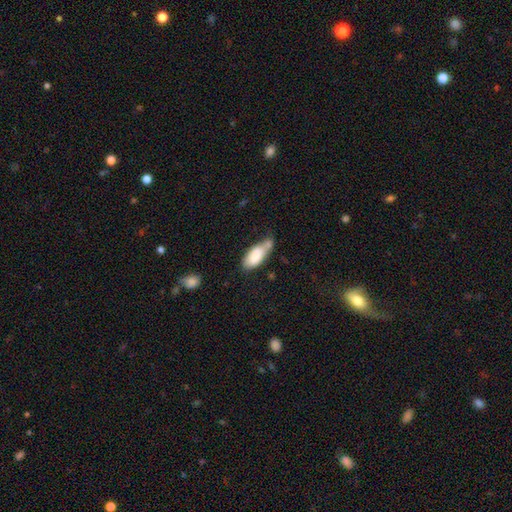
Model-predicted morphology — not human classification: type=smooth (79%); roundness=in between (83%); merging=none (35%).